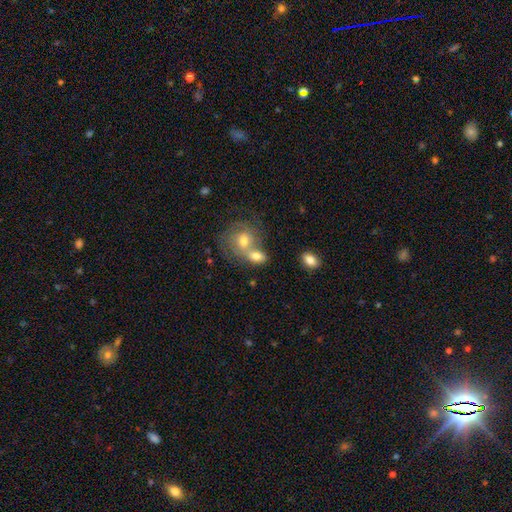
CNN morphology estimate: Overall: smooth (64%; featured or disk 26%). How rounded: in between (67%; round 30%). Merging: merger (58%; none 28%).